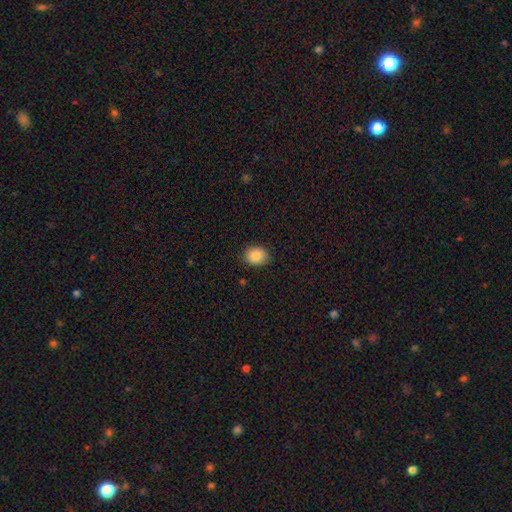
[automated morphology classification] Smooth or featured? Predicted: smooth (p=0.88). How rounded? Predicted: round (p=0.55). Merging? Predicted: none (p=0.88).